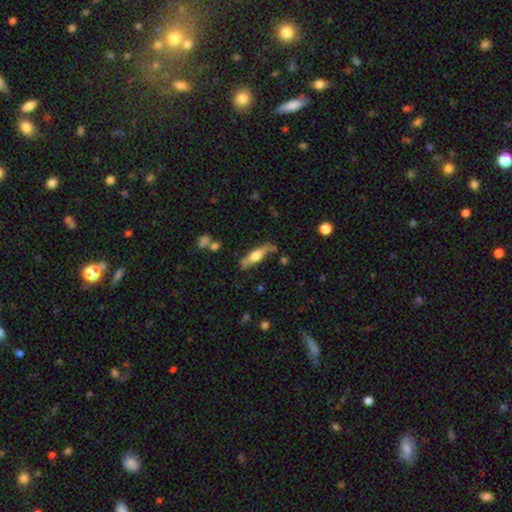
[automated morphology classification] Q: Smooth or featured?
A: featured or disk (51%); runner-up: smooth (43%)
Q: Edge-on disk?
A: yes (85%); runner-up: no (15%)
Q: Merging?
A: none (72%); runner-up: minor disturbance (18%)